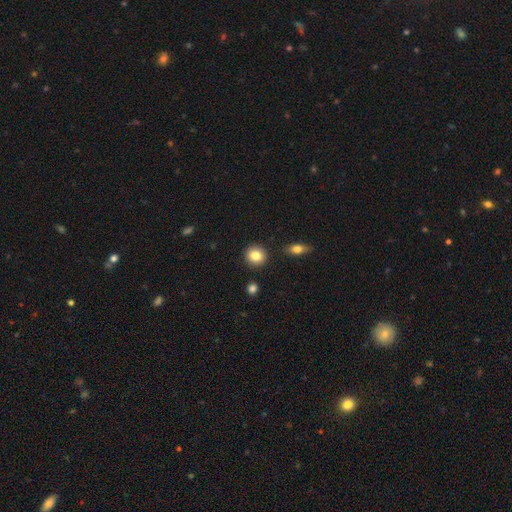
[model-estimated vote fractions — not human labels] Q: Smooth or featured?
A: smooth (84%); runner-up: star or artifact (9%)
Q: How rounded?
A: round (88%); runner-up: in between (11%)
Q: Merging?
A: none (89%); runner-up: minor disturbance (6%)